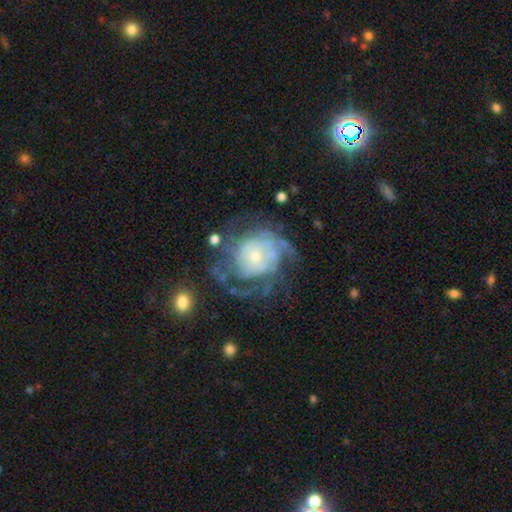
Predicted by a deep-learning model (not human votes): Smooth or featured? featured or disk (83%)
Edge-on disk? no (98%)
Bar? no (79%)
Spiral arms? yes (90%)
Spiral winding? tight (50%)
Spiral arm count? can't tell (34%)
Bulge size? small (64%)
Merging? none (56%)